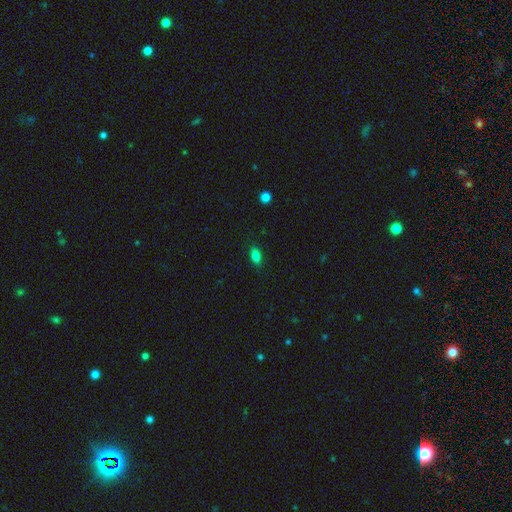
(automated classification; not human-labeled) This is clearly a smooth galaxy (84%). How rounded: clearly in between (87%). Merging: clearly none (87%).